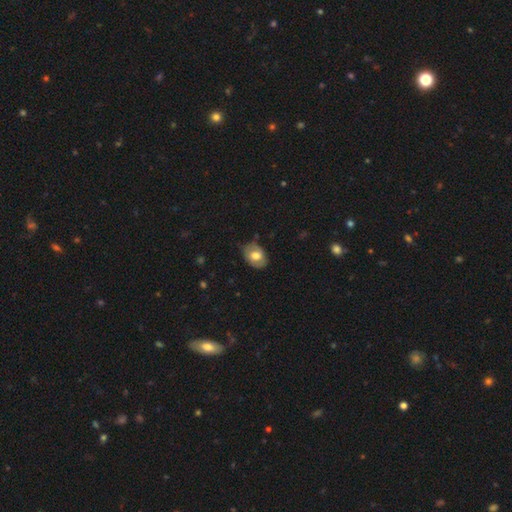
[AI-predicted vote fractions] Smooth or featured? Predicted: smooth (p=0.60). How rounded? Predicted: in between (p=0.75). Merging? Predicted: none (p=0.74).